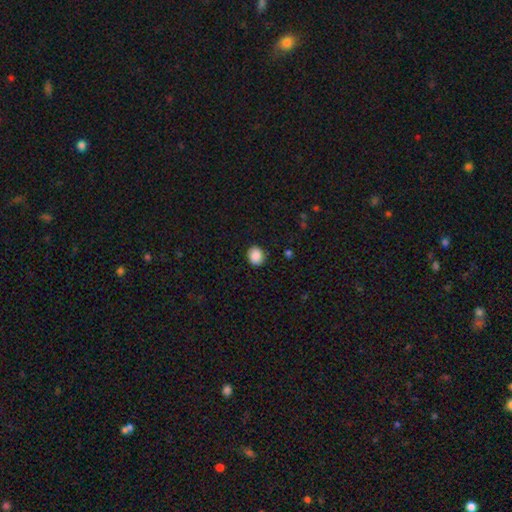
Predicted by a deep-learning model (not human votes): smooth 89%, star or artifact 8%, featured or disk 3%. Down the decision tree: how rounded — round (67%); merging — none (89%).